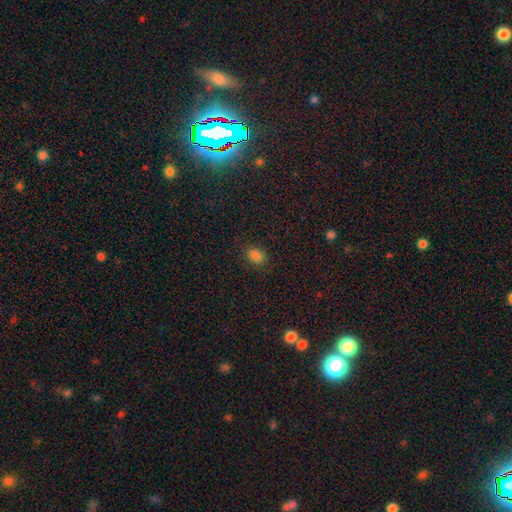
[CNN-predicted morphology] Smooth or featured: smooth — 81% (star or artifact — 15%)
How rounded: in between — 59% (round — 40%)
Merging: none — 84% (minor disturbance — 11%)